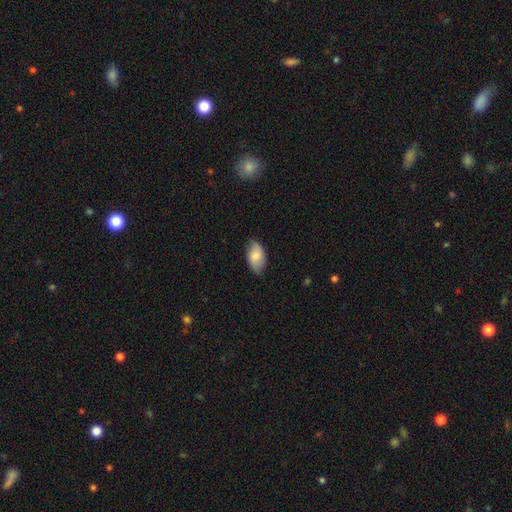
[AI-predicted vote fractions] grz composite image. It shows a smooth galaxy with no disk features (80%) that is in between round and cigar-shaped (94%). Merging: none (79%).